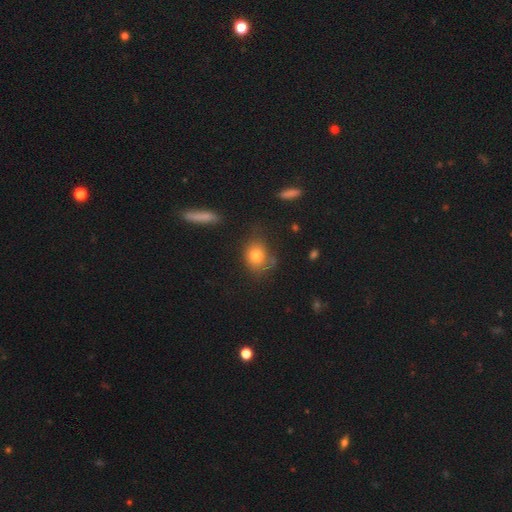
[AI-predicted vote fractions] This is likely a smooth galaxy (77%). How rounded: possibly round (54%). Merging: possibly none (60%).